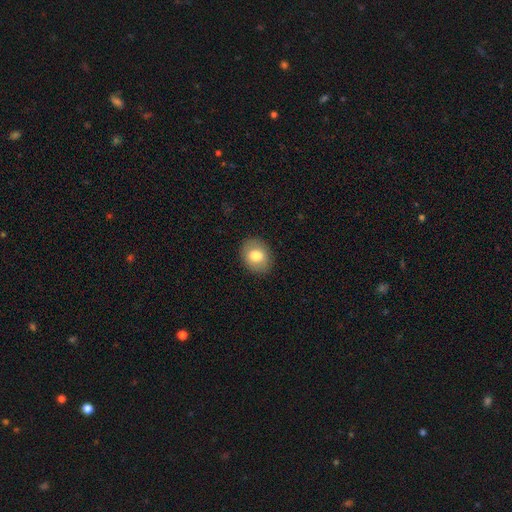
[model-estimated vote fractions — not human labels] Overall: smooth (77%). How rounded: in between (52%; round 47%). Merging: none (89%).